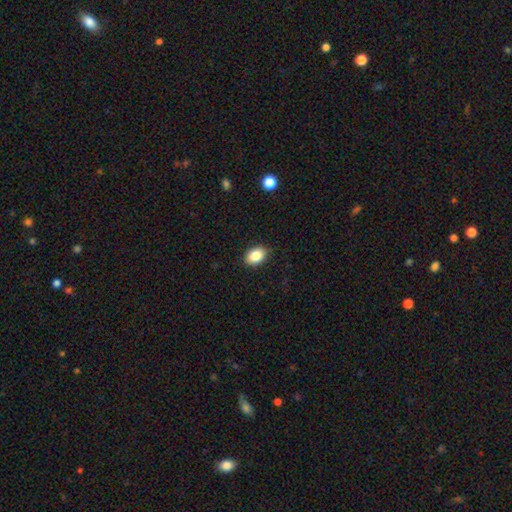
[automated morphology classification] A smooth galaxy with no disk features (86%) that is in between round and cigar-shaped (81%). Merging: none (88%).